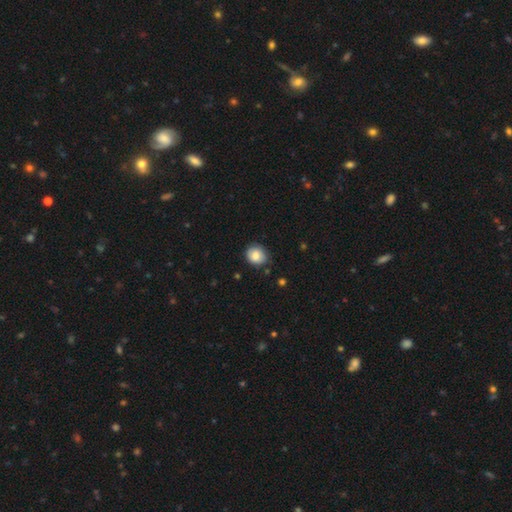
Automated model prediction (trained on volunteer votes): Smooth or featured? smooth (81%)
How rounded? round (72%)
Merging? none (77%)